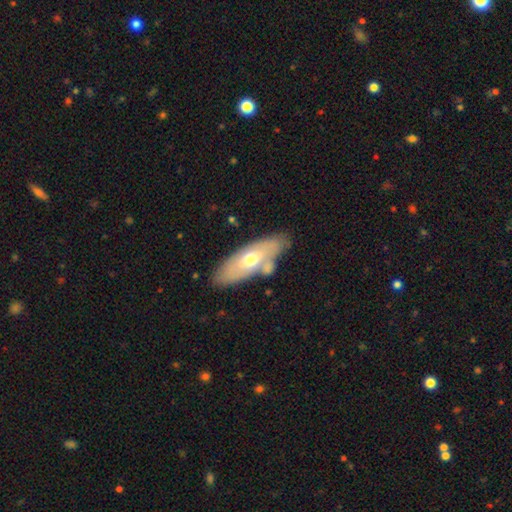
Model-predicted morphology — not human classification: The model was most divided on "smooth or featured": featured or disk: 49%, smooth: 40%, star or artifact: 11%. More confident: merging — none (81%).